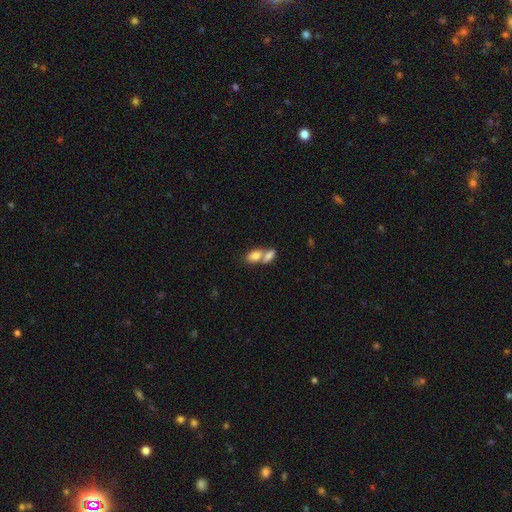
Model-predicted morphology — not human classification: This appears to be a smooth galaxy with no disk features (81%) that is in between round and cigar-shaped (89%). Merging: merger (66%).